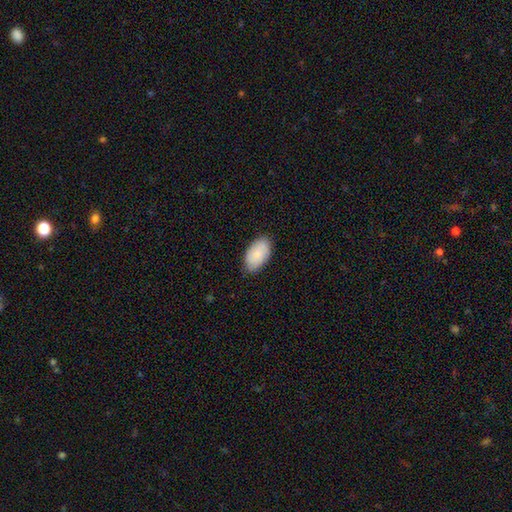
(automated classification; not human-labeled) A smooth galaxy with no disk features (79%) that is in between round and cigar-shaped (95%). Merging: none (79%).